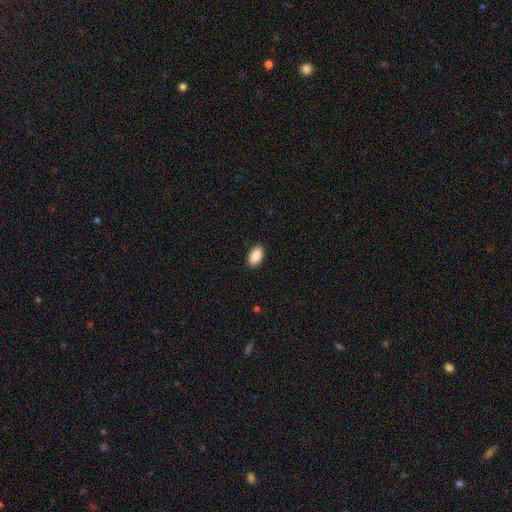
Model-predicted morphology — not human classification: Smooth or featured? Predicted: smooth (p=0.89). How rounded? Predicted: in between (p=0.94). Merging? Predicted: none (p=0.90).